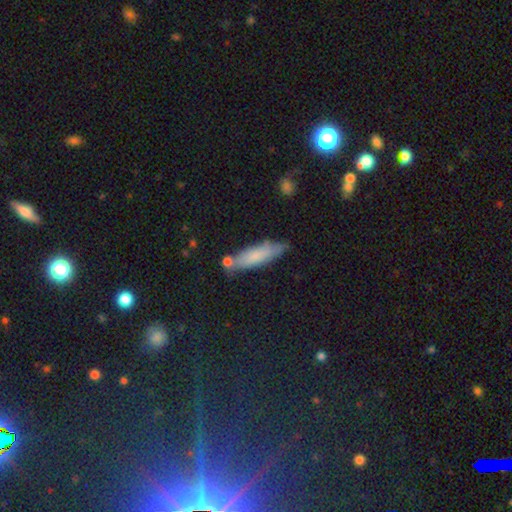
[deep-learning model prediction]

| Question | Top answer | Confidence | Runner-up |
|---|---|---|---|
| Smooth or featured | smooth | 75% | featured or disk (17%) |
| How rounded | cigar-shaped | 66% | in between (33%) |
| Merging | none | 69% | minor disturbance (20%) |